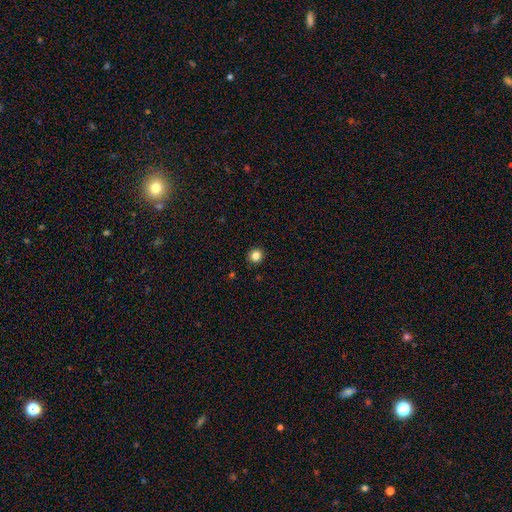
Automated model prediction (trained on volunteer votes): The model was most divided on "smooth or featured": smooth: 84%, star or artifact: 12%, featured or disk: 4%. More confident: merging — none (92%); how rounded — round (92%).